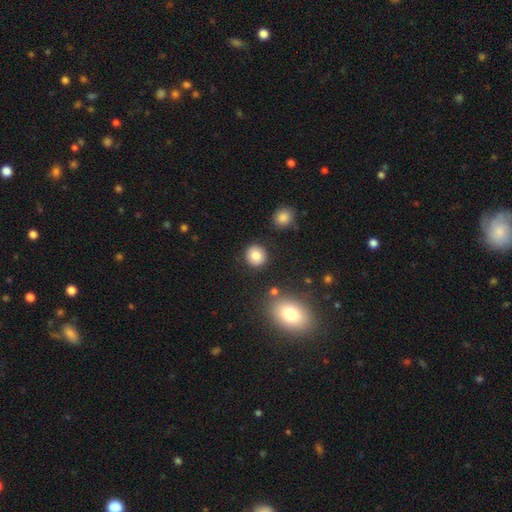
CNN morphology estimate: Smooth or featured: smooth — 83% (star or artifact — 9%)
How rounded: round — 90% (in between — 9%)
Merging: none — 89% (minor disturbance — 6%)